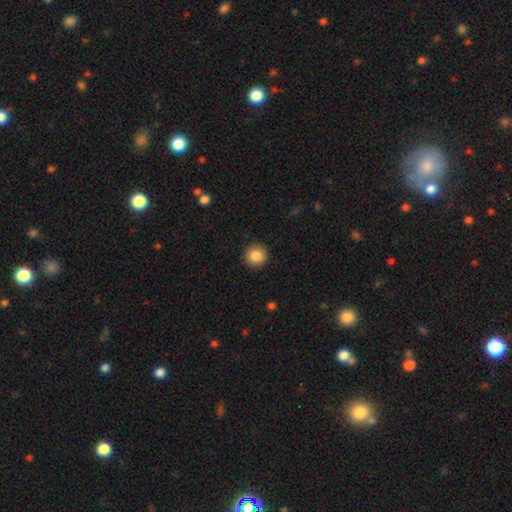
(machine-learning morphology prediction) The model was most divided on "smooth or featured": smooth: 86%, star or artifact: 9%, featured or disk: 5%. More confident: how rounded — round (94%); merging — none (92%).